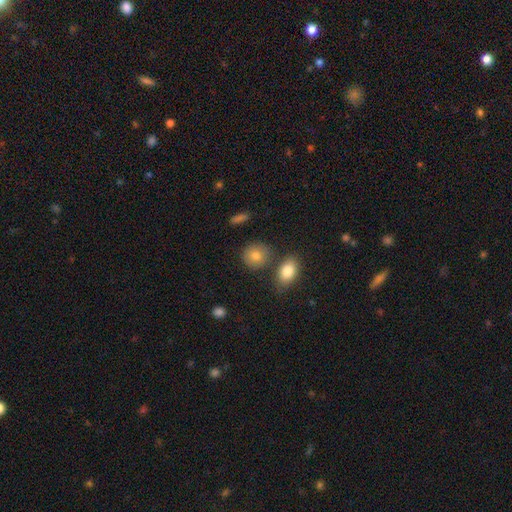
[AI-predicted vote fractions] A smooth galaxy with no disk features (81%) that is round (74%). Merging: none (74%).